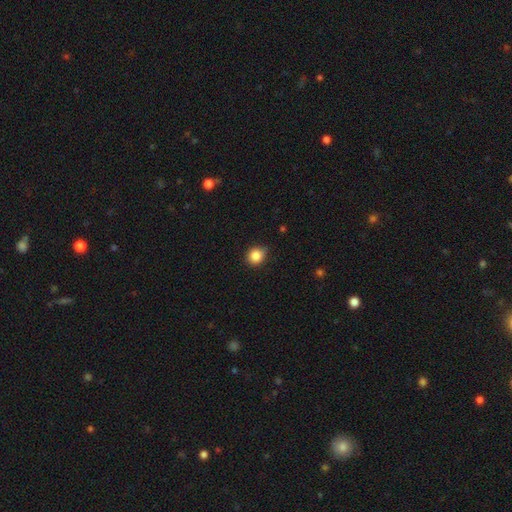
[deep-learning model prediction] Overall: smooth (85%). How rounded: round (77%). Merging: none (76%).